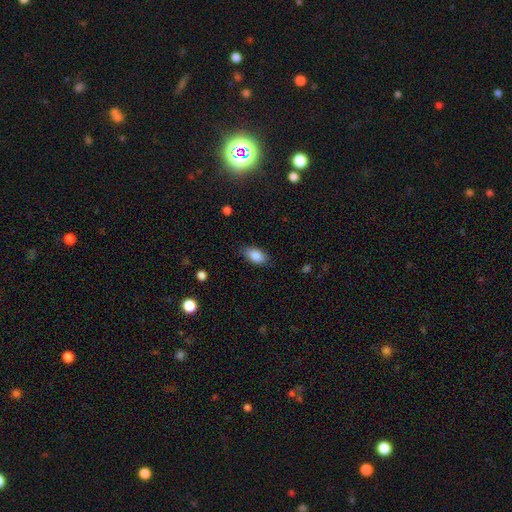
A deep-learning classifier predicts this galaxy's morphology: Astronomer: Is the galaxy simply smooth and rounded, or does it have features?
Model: smooth — 88%.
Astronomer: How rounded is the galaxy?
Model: in between — 91%.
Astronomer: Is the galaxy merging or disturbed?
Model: none — 81%.